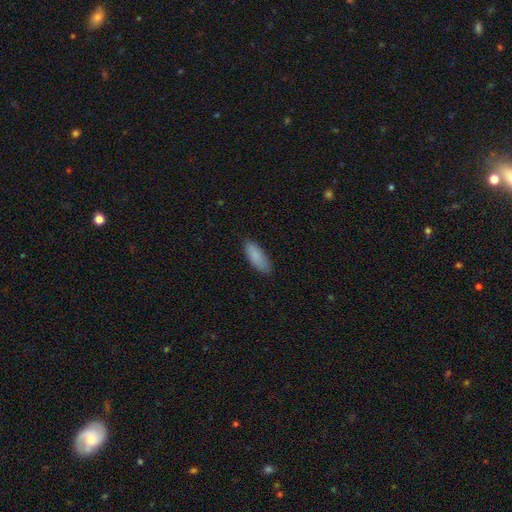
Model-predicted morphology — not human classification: smooth_or_featured: smooth (p=0.88) [alt: star or artifact p=0.06]
how_rounded: in between (p=0.69) [alt: cigar-shaped p=0.30]
merging: none (p=0.83) [alt: minor disturbance p=0.13]